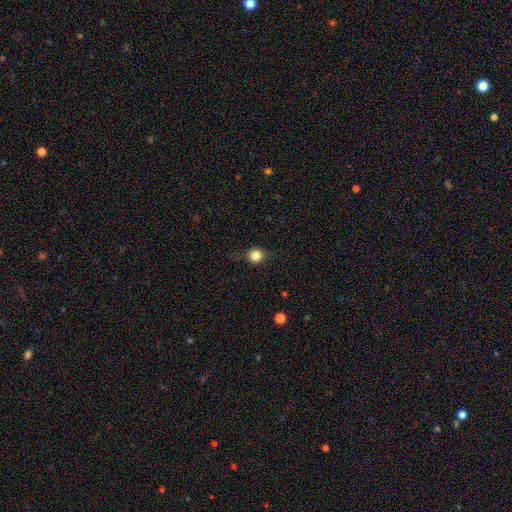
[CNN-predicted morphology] This is clearly a smooth galaxy (83%). How rounded: clearly round (90%). Merging: clearly none (83%).